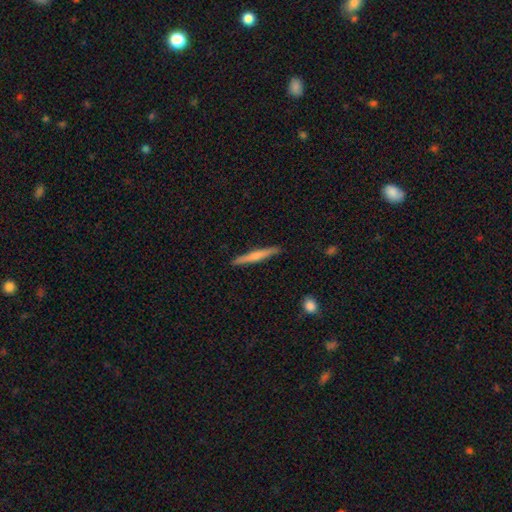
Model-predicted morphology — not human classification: A smooth galaxy with no disk features (54%) that is cigar-shaped (95%).

Vote fractions:
- Smooth or featured? smooth: 54% / featured or disk: 40% / star or artifact: 5%
- How rounded? cigar-shaped: 95% / in between: 3% / round: 1%
- Merging? none: 91% / minor disturbance: 6% / major disturbance: 1% / merger: 1%